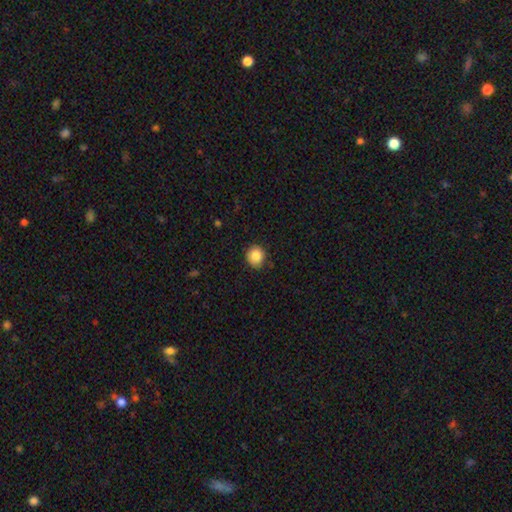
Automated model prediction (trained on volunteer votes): A smooth galaxy with no disk features (85%) that is round (85%).

Vote fractions:
- Smooth or featured? smooth: 85% / star or artifact: 9% / featured or disk: 5%
- How rounded? round: 85% / in between: 14% / cigar-shaped: 1%
- Merging? none: 86% / minor disturbance: 11% / major disturbance: 2% / merger: 1%